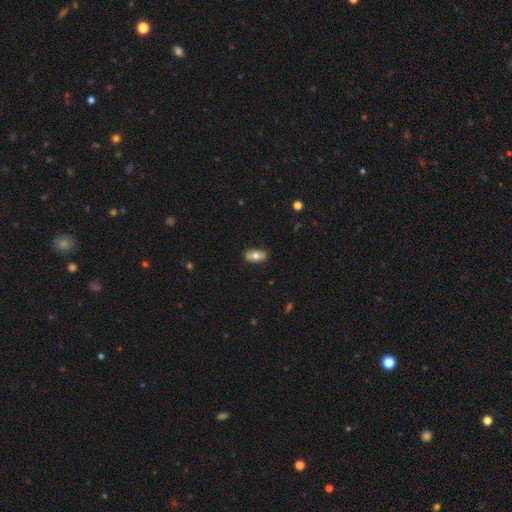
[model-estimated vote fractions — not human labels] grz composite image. It shows a smooth galaxy with no disk features (71%) that is in between round and cigar-shaped (88%). Merging: none (88%).